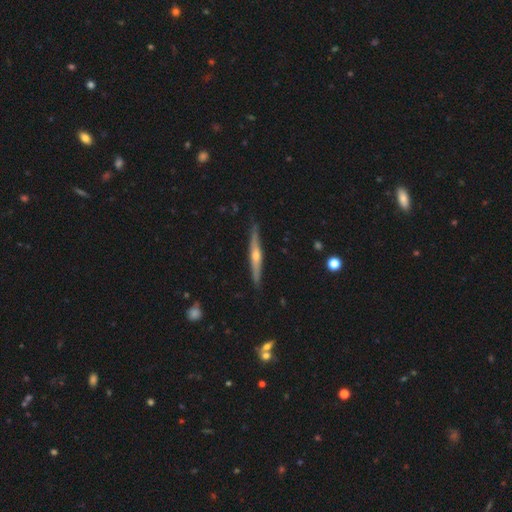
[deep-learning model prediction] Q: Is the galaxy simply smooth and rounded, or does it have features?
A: featured or disk — 72%.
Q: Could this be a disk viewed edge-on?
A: yes — 97%.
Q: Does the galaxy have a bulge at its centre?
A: rounded — 86%.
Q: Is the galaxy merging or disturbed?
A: none — 87%.